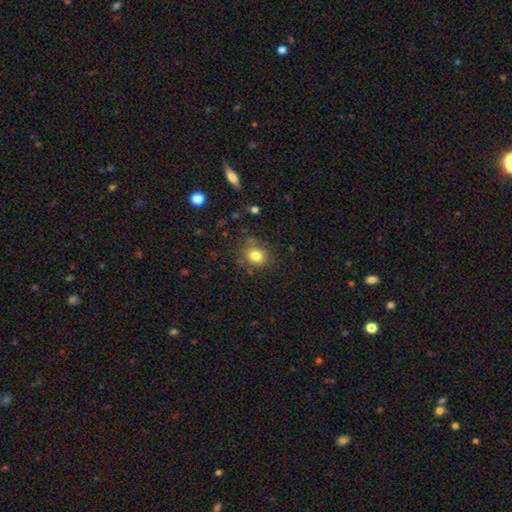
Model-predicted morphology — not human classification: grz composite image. It shows a smooth galaxy with no disk features (80%) that is round (62%). Merging: none (74%).